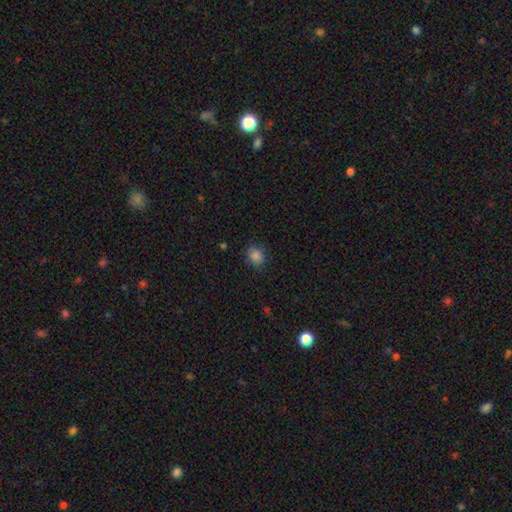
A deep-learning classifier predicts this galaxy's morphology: This appears to be a smooth galaxy with no disk features (85%) that is round (67%). Merging: none (84%).